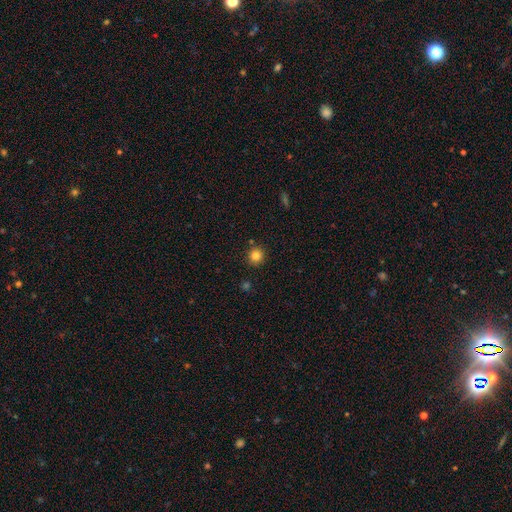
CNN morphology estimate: A smooth galaxy with no disk features (83%) that is round (94%). Merging: none (88%).